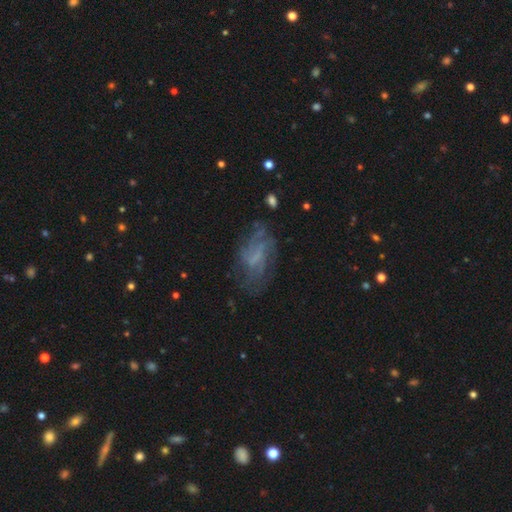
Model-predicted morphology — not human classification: The model was most divided on "bar": no: 49%, weak: 39%, strong: 11%. More confident: edge-on disk — no (95%); spiral arms — yes (66%); smooth or featured — featured or disk (58%); bulge size — none (57%); merging — none (56%).